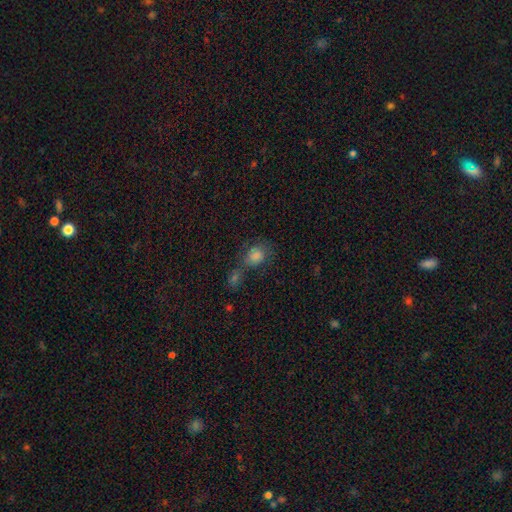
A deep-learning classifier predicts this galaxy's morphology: Smooth or featured?
  - smooth: 73% *
  - star or artifact: 16%
  - featured or disk: 11%
How rounded?
  - round: 55% *
  - in between: 43%
  - cigar-shaped: 2%
Merging?
  - none: 40% *
  - merger: 37%
  - minor disturbance: 14%
  - major disturbance: 9%